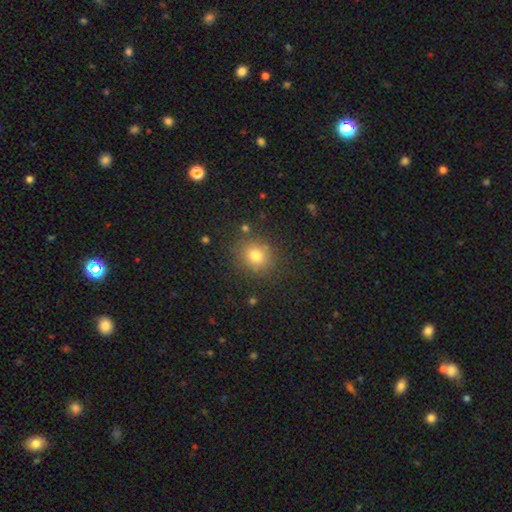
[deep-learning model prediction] Morphology: type=smooth (78%); roundness=round (76%); merging=none (84%).